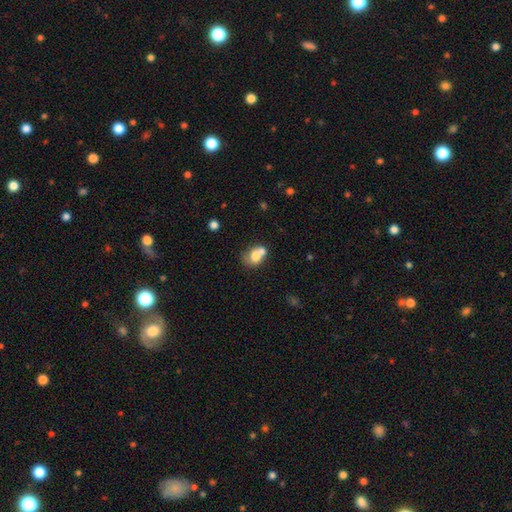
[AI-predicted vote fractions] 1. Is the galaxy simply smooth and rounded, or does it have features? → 71% smooth, 19% featured or disk, 10% star or artifact.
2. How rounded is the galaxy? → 52% round, 47% in between, 1% cigar-shaped.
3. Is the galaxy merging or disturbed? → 53% merger, 30% none, 11% minor disturbance, 5% major disturbance.